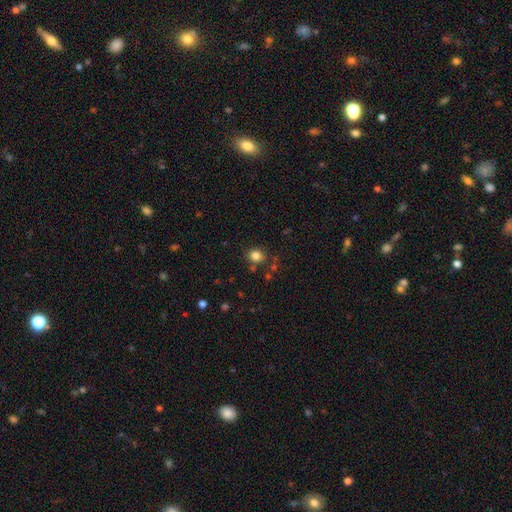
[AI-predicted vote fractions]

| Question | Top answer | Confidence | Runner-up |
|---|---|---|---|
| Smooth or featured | smooth | 81% | star or artifact (13%) |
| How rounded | round | 80% | in between (19%) |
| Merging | none | 79% | minor disturbance (11%) |